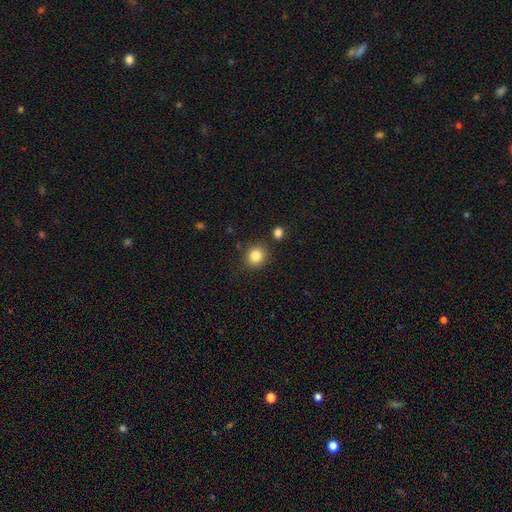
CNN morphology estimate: smooth-or-featured: smooth: 84% | star or artifact: 10% | featured or disk: 5%
  how-rounded: round: 82% | in between: 17% | cigar-shaped: 1%
  merging: none: 83% | minor disturbance: 10% | merger: 5% | major disturbance: 3%